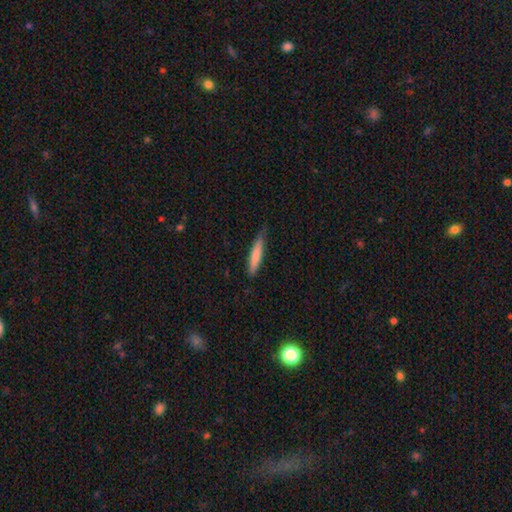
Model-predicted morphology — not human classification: This appears to be a smooth galaxy with no disk features (77%) that is cigar-shaped (88%). Merging: none (72%).